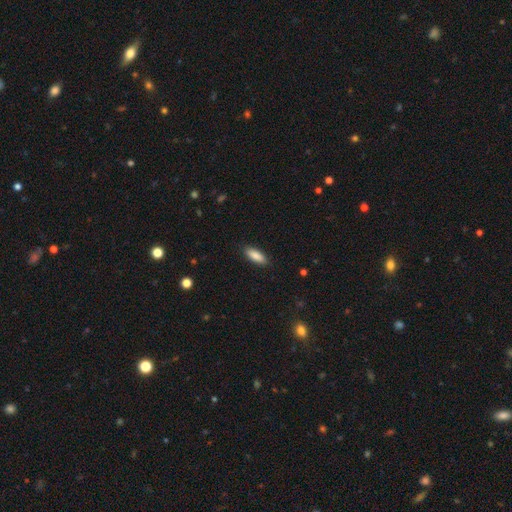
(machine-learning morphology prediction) The model was most divided on "how rounded": in between: 70%, cigar-shaped: 28%, round: 2%. More confident: merging — none (89%); smooth or featured — smooth (88%).